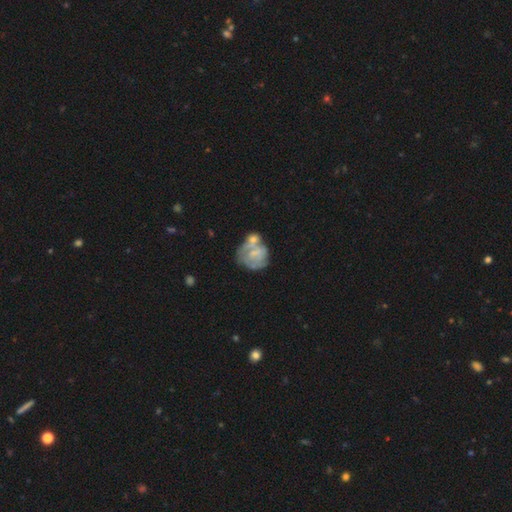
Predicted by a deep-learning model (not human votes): Smooth or featured? featured or disk (55%)
Edge-on disk? no (98%)
Bar? no (71%)
Spiral arms? no (64%)
Bulge size? none (41%)
Merging? merger (34%)